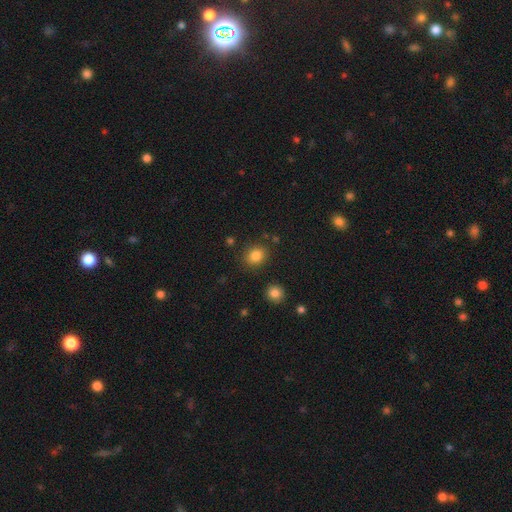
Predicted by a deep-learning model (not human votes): smooth-or-featured: smooth: 84% | star or artifact: 11% | featured or disk: 5%
  how-rounded: round: 58% | in between: 41% | cigar-shaped: 1%
  merging: none: 83% | minor disturbance: 10% | merger: 3% | major disturbance: 3%